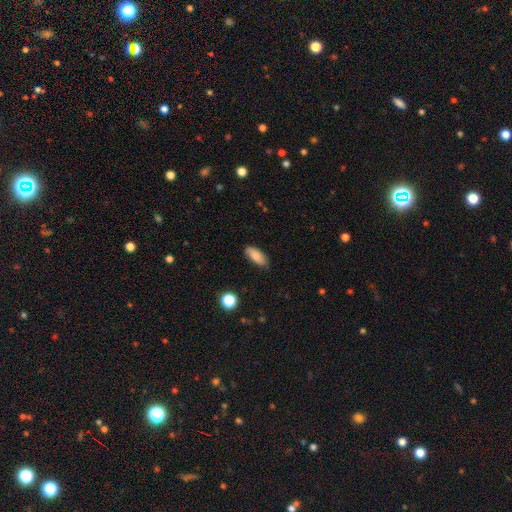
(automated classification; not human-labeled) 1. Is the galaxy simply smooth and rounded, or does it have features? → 83% smooth, 10% featured or disk, 7% star or artifact.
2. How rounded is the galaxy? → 84% in between, 14% cigar-shaped, 2% round.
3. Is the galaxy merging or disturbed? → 81% none, 15% minor disturbance, 3% major disturbance, 1% merger.